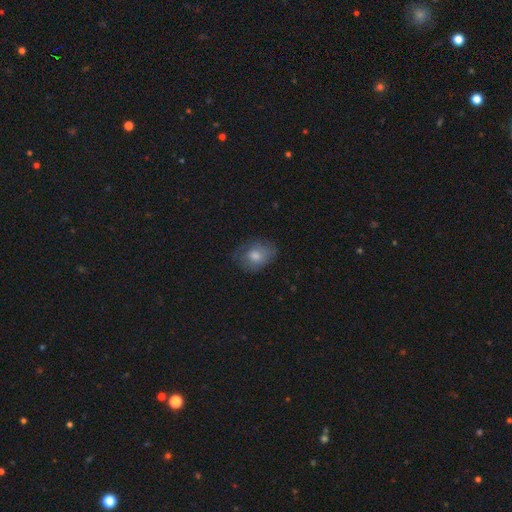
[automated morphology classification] Smooth or featured?
  - smooth: 71% *
  - featured or disk: 21%
  - star or artifact: 8%
How rounded?
  - in between: 67% *
  - round: 32%
  - cigar-shaped: 1%
Merging?
  - none: 59% *
  - minor disturbance: 27%
  - major disturbance: 13%
  - merger: 1%